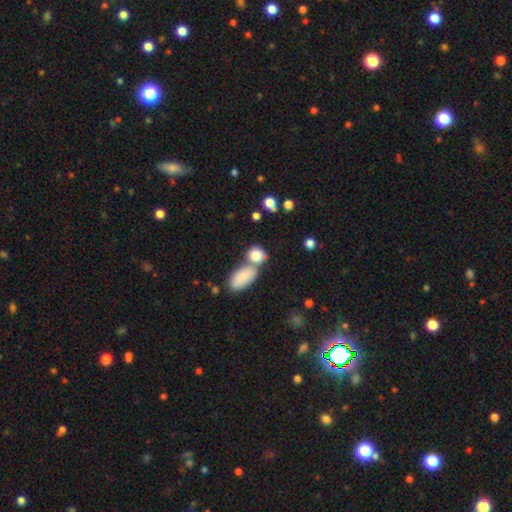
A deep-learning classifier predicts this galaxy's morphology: Smooth or featured?
  - smooth: 83% *
  - featured or disk: 9%
  - star or artifact: 8%
How rounded?
  - in between: 51% *
  - round: 45%
  - cigar-shaped: 3%
Merging?
  - merger: 43% *
  - none: 42%
  - minor disturbance: 11%
  - major disturbance: 4%